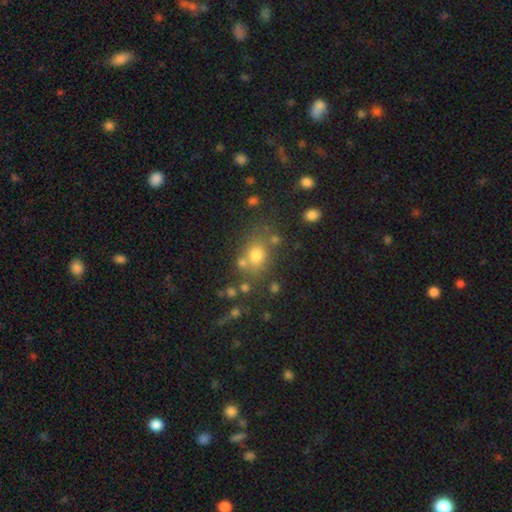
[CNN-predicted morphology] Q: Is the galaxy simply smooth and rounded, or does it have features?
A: smooth — 71%.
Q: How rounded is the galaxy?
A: round — 56%.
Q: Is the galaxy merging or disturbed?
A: none — 66%.